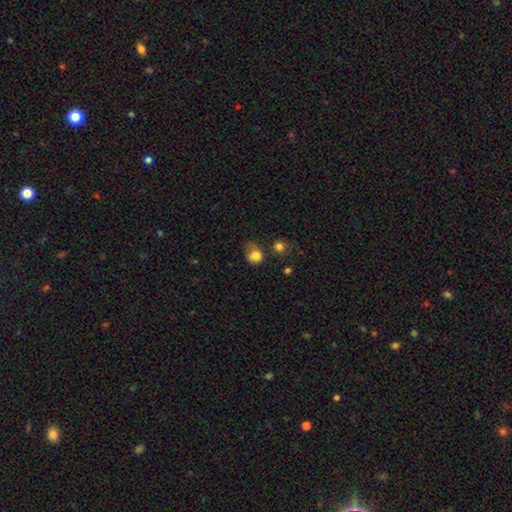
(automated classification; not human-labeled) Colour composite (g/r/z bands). It shows a smooth galaxy with no disk features (82%) that is round (68%). Merging: none (44%).